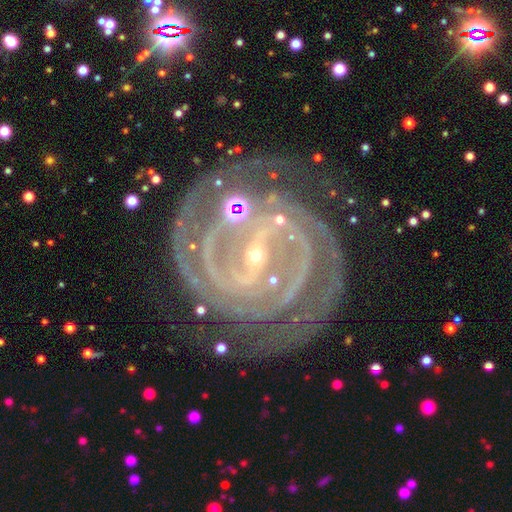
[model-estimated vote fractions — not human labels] Smooth or featured? Predicted: featured or disk (p=0.92). Edge-on disk? Predicted: no (p=0.98). Bar? Predicted: strong (p=0.55). Spiral arms? Predicted: yes (p=0.98). Spiral winding? Predicted: tight (p=0.70). Spiral arm count? Predicted: 2 (p=0.58). Bulge size? Predicted: small (p=0.85). Merging? Predicted: none (p=0.69).